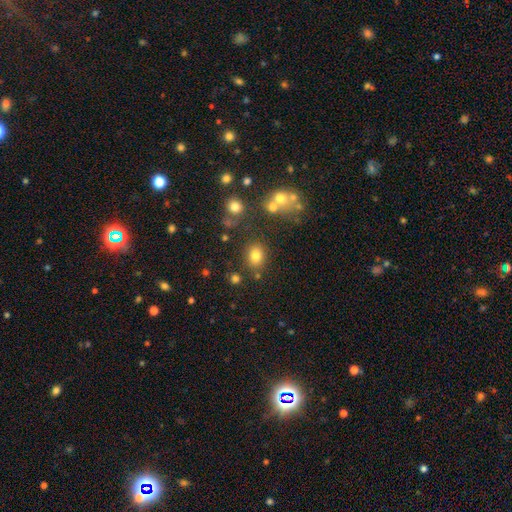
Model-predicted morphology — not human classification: Smooth or featured?
  - smooth: 78% *
  - star or artifact: 14%
  - featured or disk: 8%
How rounded?
  - round: 58% *
  - in between: 41%
  - cigar-shaped: 1%
Merging?
  - none: 79% *
  - minor disturbance: 11%
  - merger: 6%
  - major disturbance: 4%